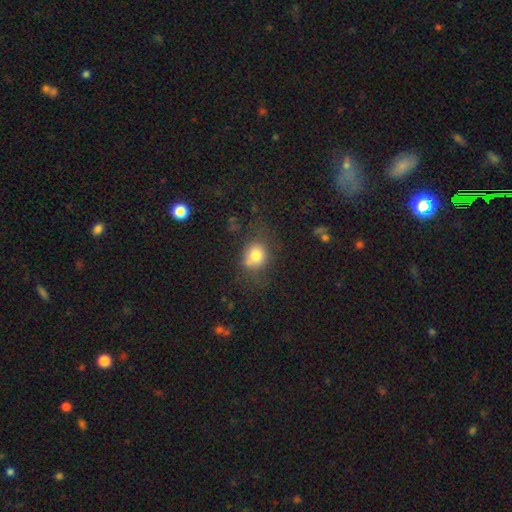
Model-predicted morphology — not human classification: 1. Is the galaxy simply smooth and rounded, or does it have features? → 77% smooth, 12% featured or disk, 12% star or artifact.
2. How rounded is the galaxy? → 71% round, 28% in between, 1% cigar-shaped.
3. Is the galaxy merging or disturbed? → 58% none, 21% minor disturbance, 11% major disturbance, 10% merger.